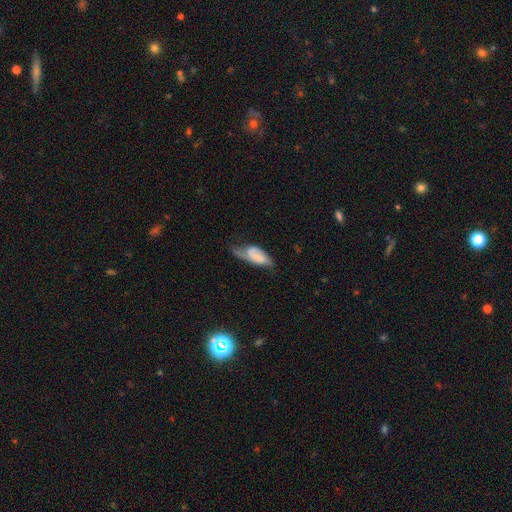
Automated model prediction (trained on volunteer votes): Morphology: type=featured or disk (57%); edge-on=no (93%); bar=no (49%); spiral arms=yes (85%); bulge=small (42%); merging=none (37%).